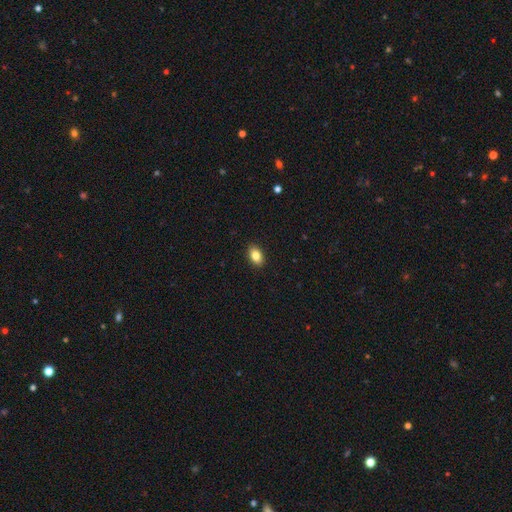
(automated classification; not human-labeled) Morphology: type=smooth (84%); roundness=in between (88%); merging=none (90%).